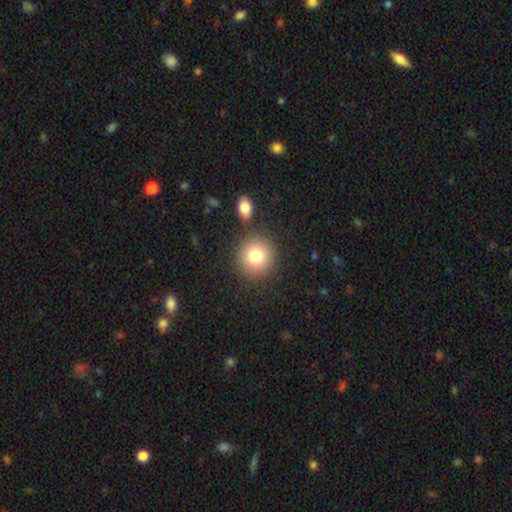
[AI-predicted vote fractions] This appears to be a smooth galaxy with no disk features (81%) that is round (92%). Merging: none (82%).